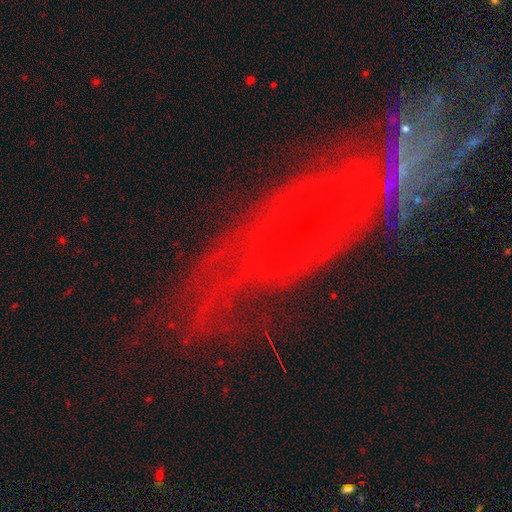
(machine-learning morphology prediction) smooth-or-featured: featured or disk: 45% | star or artifact: 35% | smooth: 20%
  merging: none: 66% | minor disturbance: 17% | major disturbance: 12% | merger: 5%